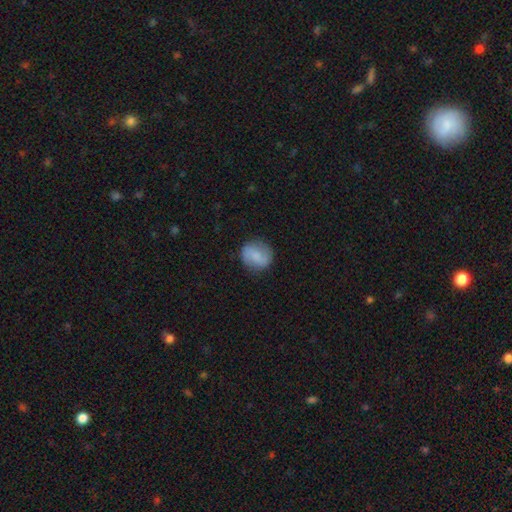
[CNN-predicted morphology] Smooth or featured: smooth — 57% (featured or disk — 35%)
How rounded: round — 77% (in between — 21%)
Merging: none — 80% (minor disturbance — 14%)